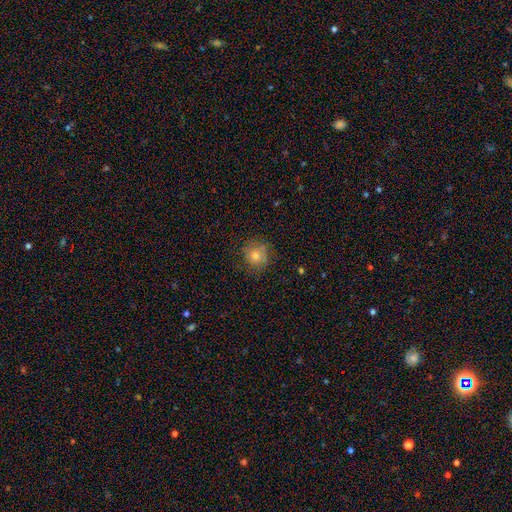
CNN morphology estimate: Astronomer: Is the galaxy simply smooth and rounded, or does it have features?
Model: smooth — 67%.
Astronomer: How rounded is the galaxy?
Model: round — 88%.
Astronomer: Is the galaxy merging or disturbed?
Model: none — 78%.